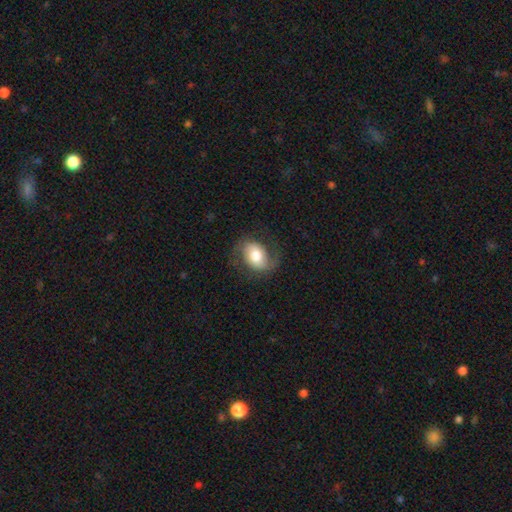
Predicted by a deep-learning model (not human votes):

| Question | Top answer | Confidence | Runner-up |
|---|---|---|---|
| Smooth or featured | smooth | 54% | featured or disk (38%) |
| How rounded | in between | 69% | round (29%) |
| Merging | none | 70% | minor disturbance (18%) |